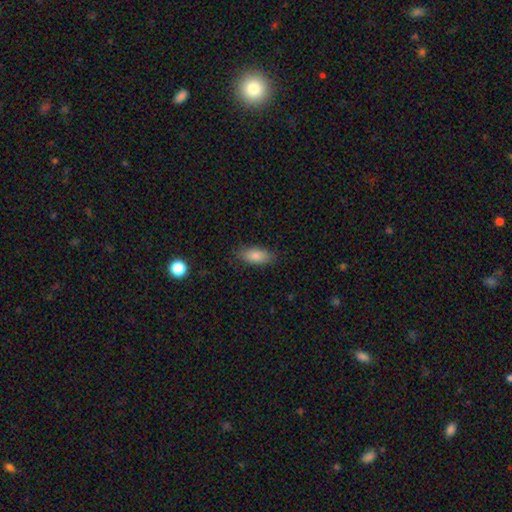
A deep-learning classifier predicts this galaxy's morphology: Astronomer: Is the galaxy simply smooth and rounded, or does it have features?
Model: smooth — 85%.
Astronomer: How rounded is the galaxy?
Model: in between — 85%.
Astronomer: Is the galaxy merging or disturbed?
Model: none — 84%.